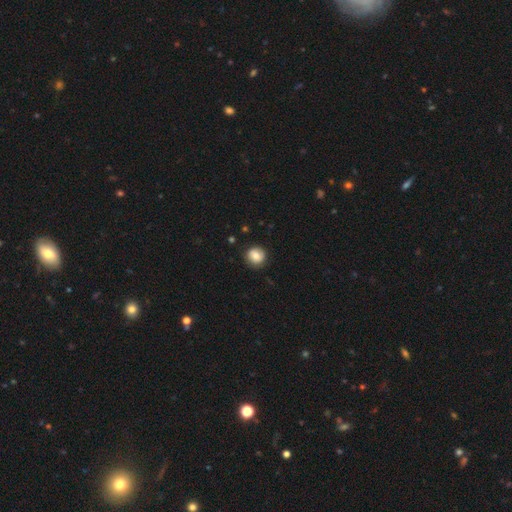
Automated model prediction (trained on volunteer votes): smooth-or-featured: smooth: 76% | featured or disk: 16% | star or artifact: 9%
  how-rounded: round: 90% | in between: 9% | cigar-shaped: 1%
  merging: none: 84% | minor disturbance: 12% | major disturbance: 3% | merger: 1%